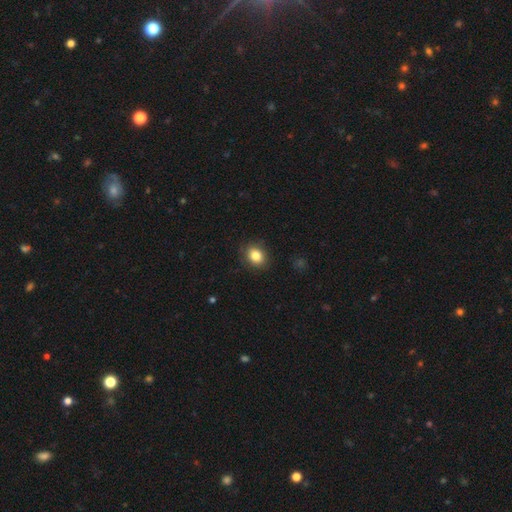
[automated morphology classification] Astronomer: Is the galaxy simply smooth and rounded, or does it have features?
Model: smooth — 84%.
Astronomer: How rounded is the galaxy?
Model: round — 57% (runner-up: in between, 42%).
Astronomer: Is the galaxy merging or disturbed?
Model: none — 87%.